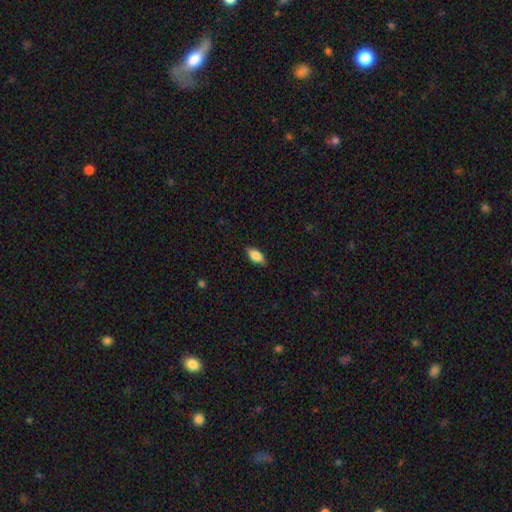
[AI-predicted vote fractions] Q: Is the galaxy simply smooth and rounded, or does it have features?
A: smooth — 84%.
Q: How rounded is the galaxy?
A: in between — 88%.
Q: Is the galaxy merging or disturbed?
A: none — 84%.